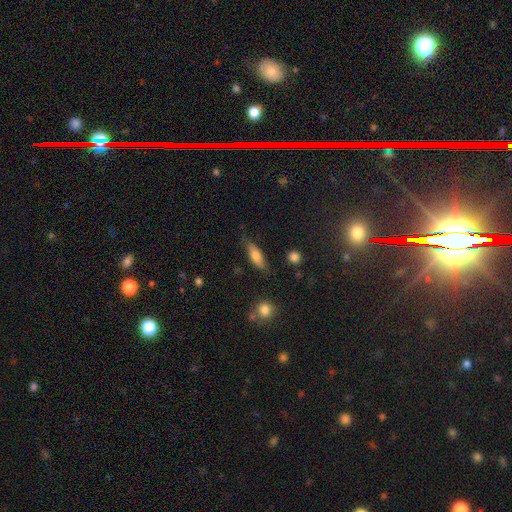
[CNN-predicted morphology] Q: Smooth or featured?
A: smooth (69%); runner-up: featured or disk (24%)
Q: How rounded?
A: in between (55%); runner-up: cigar-shaped (42%)
Q: Merging?
A: none (73%); runner-up: minor disturbance (20%)